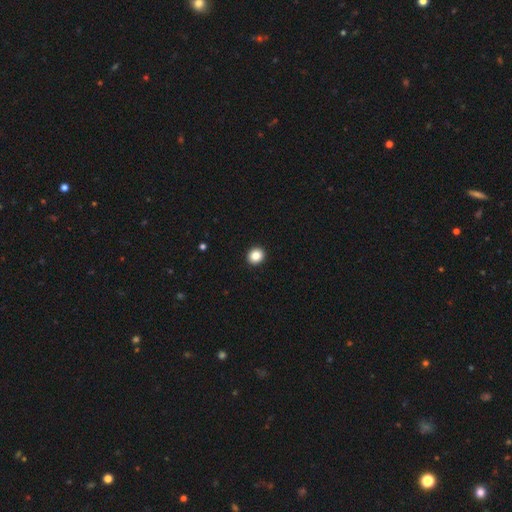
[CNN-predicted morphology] A smooth galaxy with no disk features (86%) that is round (84%).

Vote fractions:
- Smooth or featured? smooth: 86% / star or artifact: 10% / featured or disk: 5%
- How rounded? round: 84% / in between: 15% / cigar-shaped: 1%
- Merging? none: 94% / minor disturbance: 4% / major disturbance: 1% / merger: 1%